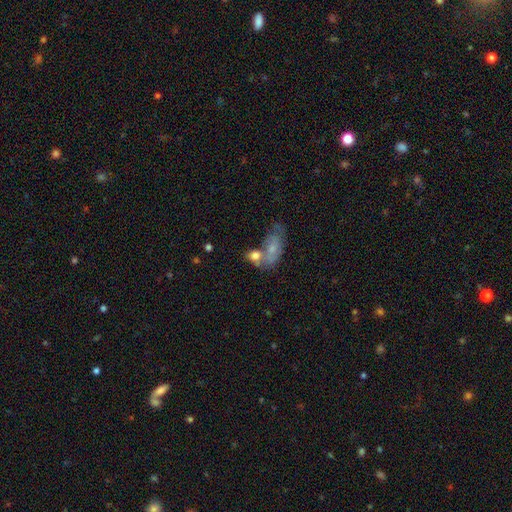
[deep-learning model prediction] This appears to be a smooth galaxy with no disk features (71%) that is in between round and cigar-shaped (73%). Merging: merger (50%).